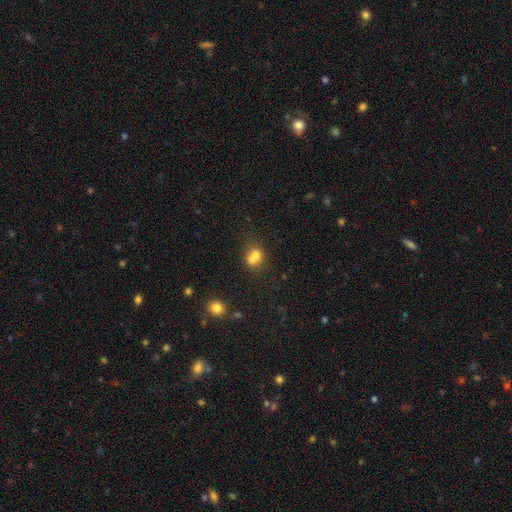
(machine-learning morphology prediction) Smooth or featured? Predicted: smooth (p=0.70). How rounded? Predicted: round (p=0.65). Merging? Predicted: merger (p=0.60).